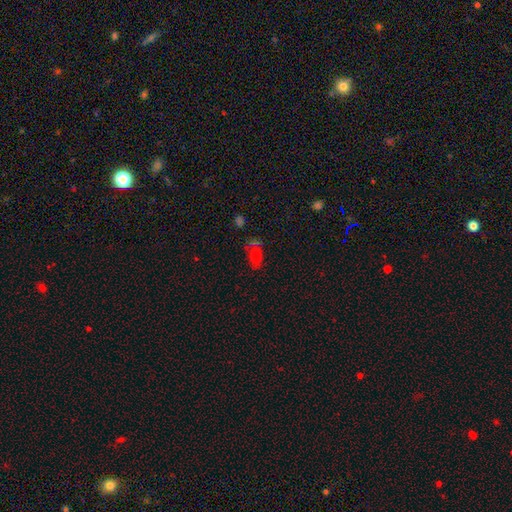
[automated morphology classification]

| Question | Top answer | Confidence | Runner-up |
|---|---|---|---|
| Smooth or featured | smooth | 60% | star or artifact (24%) |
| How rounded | in between | 84% | round (13%) |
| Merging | none | 46% | merger (23%) |